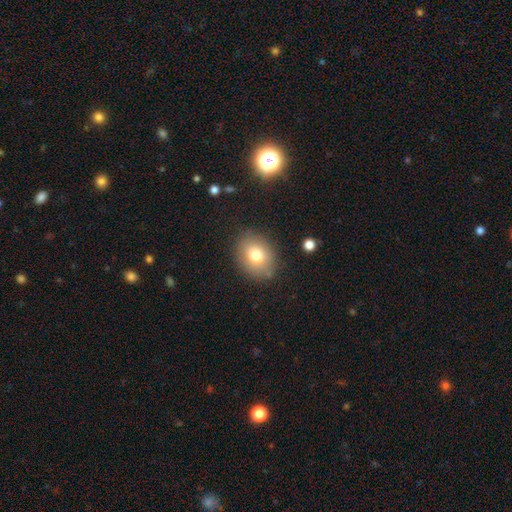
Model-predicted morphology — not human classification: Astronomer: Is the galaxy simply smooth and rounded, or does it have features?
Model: smooth — 77%.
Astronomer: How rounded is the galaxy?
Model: in between — 54% (runner-up: round, 45%).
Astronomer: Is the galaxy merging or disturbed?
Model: none — 84%.